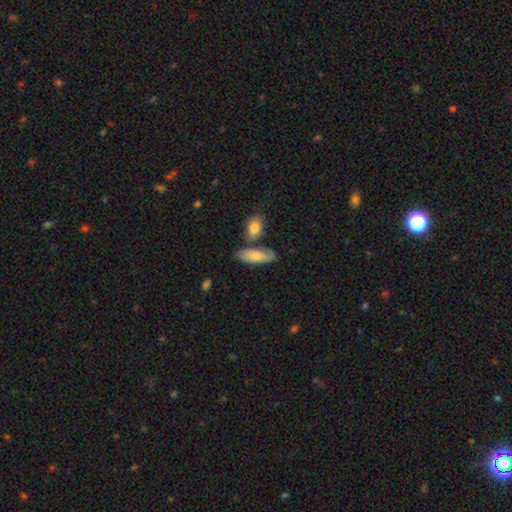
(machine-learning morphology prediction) A smooth galaxy with no disk features (69%) that is in between round and cigar-shaped (69%).

Vote fractions:
- Smooth or featured? smooth: 69% / featured or disk: 25% / star or artifact: 6%
- How rounded? in between: 69% / cigar-shaped: 28% / round: 3%
- Merging? none: 63% / merger: 17% / minor disturbance: 15% / major disturbance: 4%